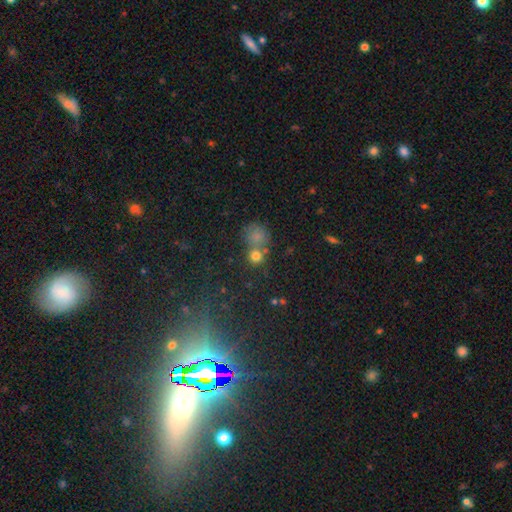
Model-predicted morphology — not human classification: A smooth galaxy with no disk features (73%) that is round (88%). Merging: none (53%).